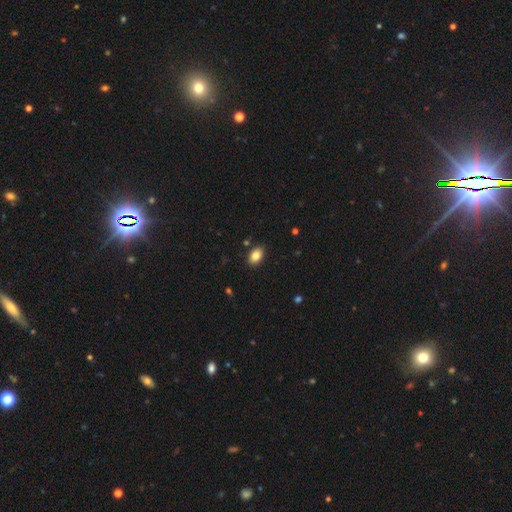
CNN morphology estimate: Q: Smooth or featured?
A: smooth (85%); runner-up: star or artifact (8%)
Q: How rounded?
A: in between (86%); runner-up: round (12%)
Q: Merging?
A: none (88%); runner-up: minor disturbance (8%)